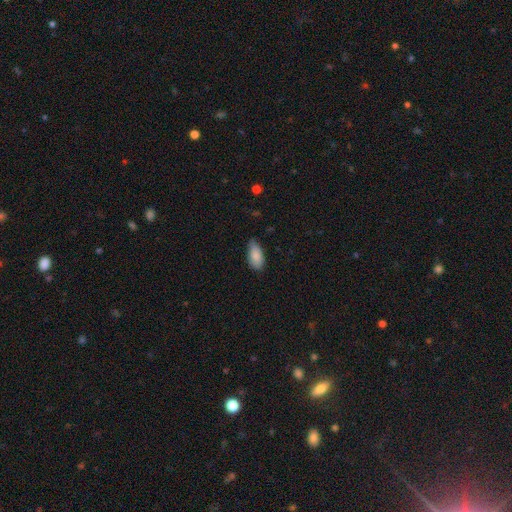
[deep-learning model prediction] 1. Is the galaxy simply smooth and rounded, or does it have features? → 87% smooth, 6% featured or disk, 6% star or artifact.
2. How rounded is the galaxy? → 92% in between, 5% cigar-shaped, 2% round.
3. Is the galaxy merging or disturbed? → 67% none, 28% minor disturbance, 4% major disturbance, 1% merger.